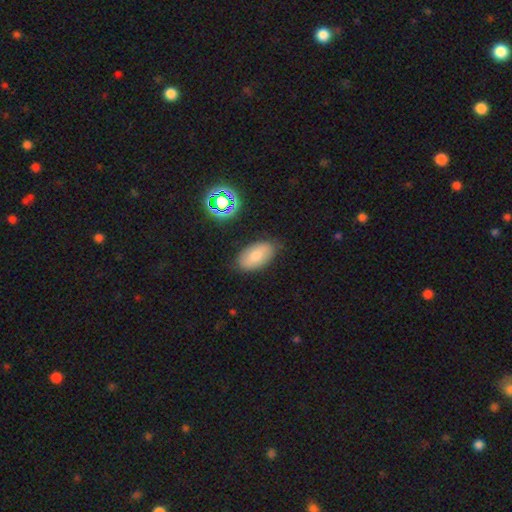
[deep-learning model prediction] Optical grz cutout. It shows a smooth galaxy with no disk features (74%) that is in between round and cigar-shaped (93%). Merging: none (80%).